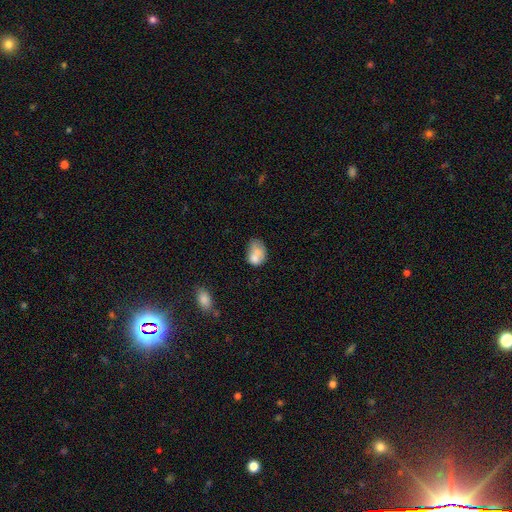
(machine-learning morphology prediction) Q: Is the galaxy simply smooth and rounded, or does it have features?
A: smooth — 68%.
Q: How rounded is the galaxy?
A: in between — 72%.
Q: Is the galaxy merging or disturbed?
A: merger — 31%.